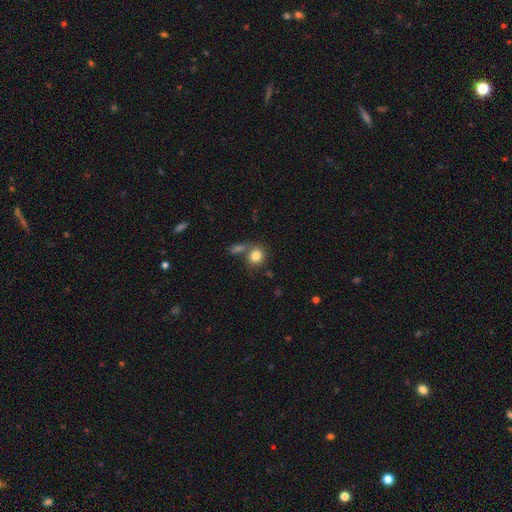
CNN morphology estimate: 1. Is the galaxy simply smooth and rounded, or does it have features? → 82% smooth, 9% star or artifact, 9% featured or disk.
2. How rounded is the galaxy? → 73% round, 26% in between, 1% cigar-shaped.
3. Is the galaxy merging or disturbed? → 57% none, 26% merger, 12% minor disturbance, 5% major disturbance.